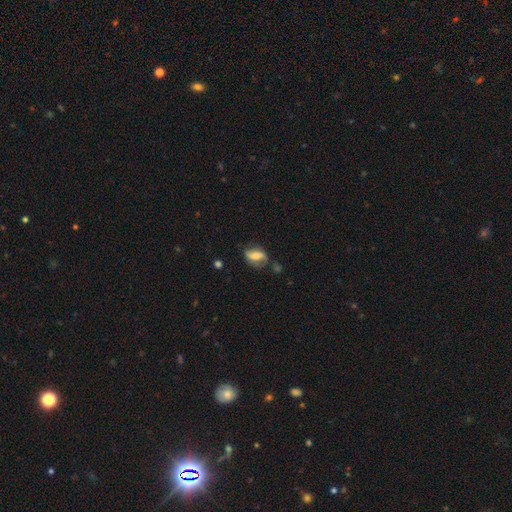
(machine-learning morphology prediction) Smooth or featured? featured or disk (49%)
Merging? none (53%)